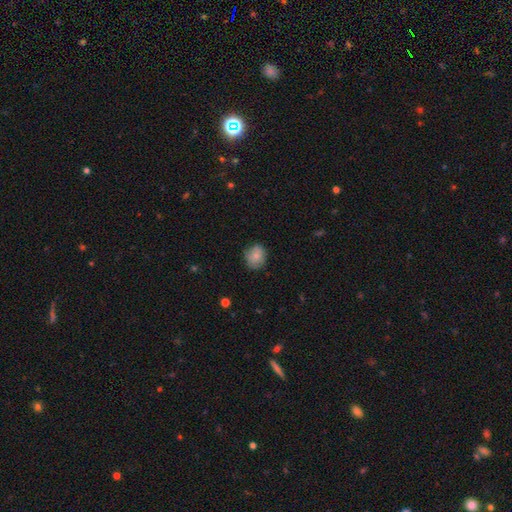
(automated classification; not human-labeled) This appears to be a smooth galaxy with no disk features (77%) that is round (69%). Merging: none (73%).